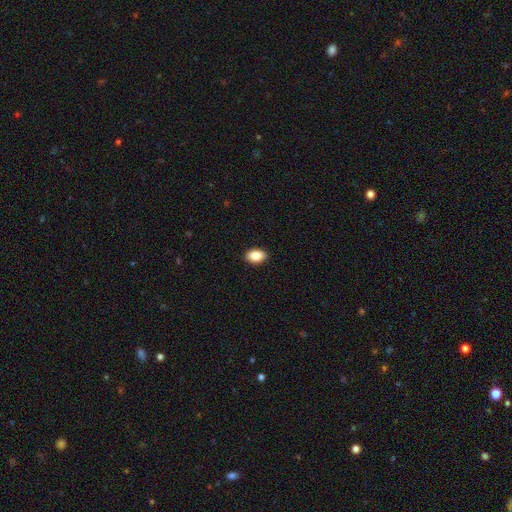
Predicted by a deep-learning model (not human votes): This is clearly a smooth galaxy (87%). How rounded: clearly in between (88%). Merging: clearly none (90%).